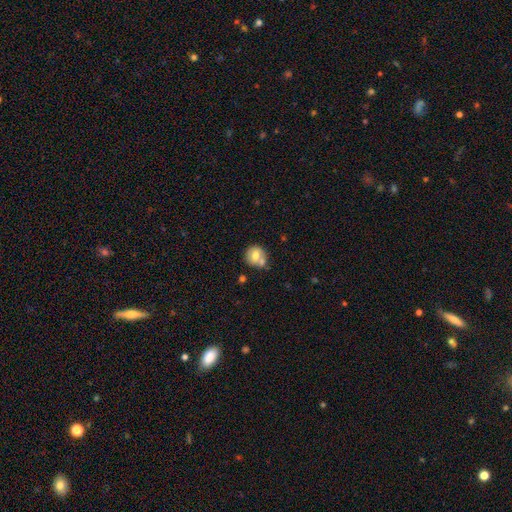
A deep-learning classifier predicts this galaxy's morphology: A smooth galaxy with no disk features (70%) that is round (83%). Merging: none (53%).